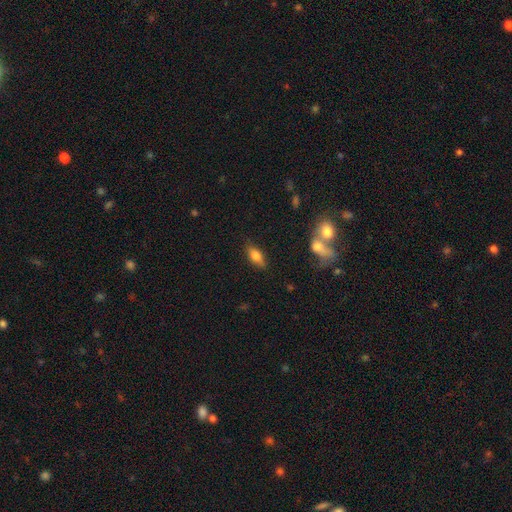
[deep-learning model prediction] This is likely a smooth galaxy (70%). How rounded: likely in between (79%). Merging: clearly none (81%).